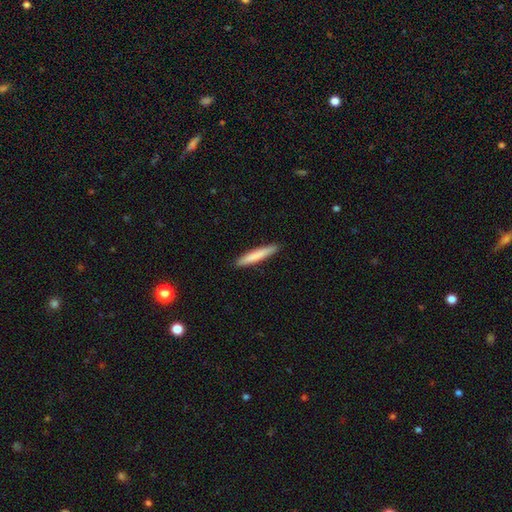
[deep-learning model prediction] Morphology: type=smooth (80%); roundness=cigar-shaped (94%); merging=none (91%).